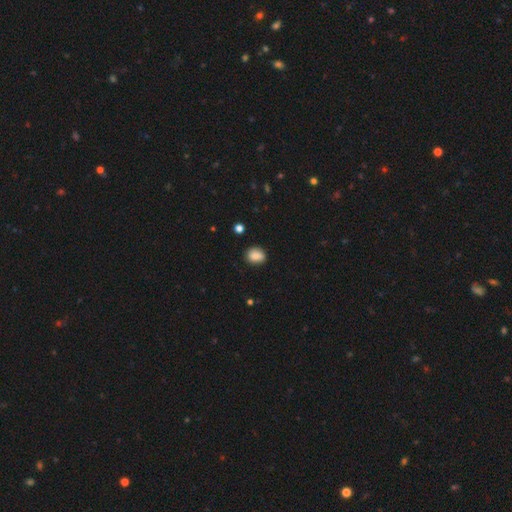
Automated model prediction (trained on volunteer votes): Smooth or featured? Predicted: smooth (p=0.84). How rounded? Predicted: in between (p=0.50). Merging? Predicted: none (p=0.79).